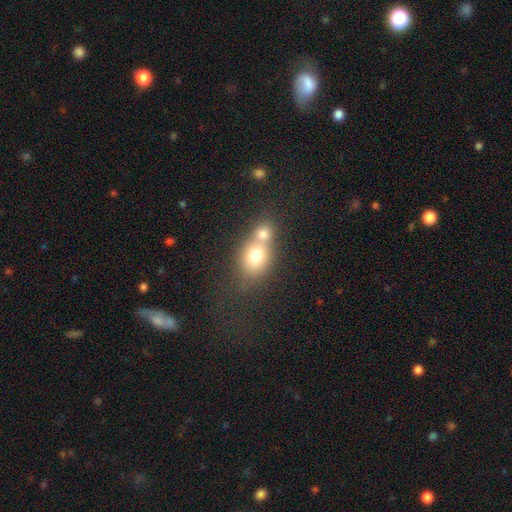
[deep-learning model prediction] Smooth or featured?
  - smooth: 72% *
  - featured or disk: 16%
  - star or artifact: 11%
How rounded?
  - round: 53% *
  - in between: 45%
  - cigar-shaped: 2%
Merging?
  - merger: 64% *
  - none: 27%
  - minor disturbance: 6%
  - major disturbance: 3%